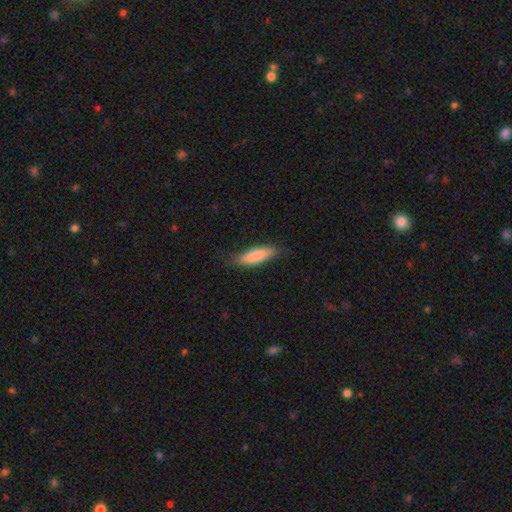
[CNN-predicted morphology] smooth-or-featured: smooth: 84% | featured or disk: 10% | star or artifact: 5%
  how-rounded: cigar-shaped: 53% | in between: 45% | round: 2%
  merging: none: 79% | minor disturbance: 16% | major disturbance: 3% | merger: 1%